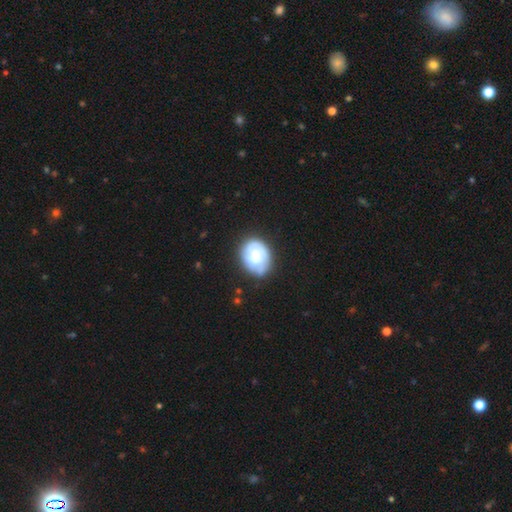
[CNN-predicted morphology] Overall: featured or disk (63%; smooth 31%). Edge-on disk: no (98%). Bar: no (59%; weak 35%). Spiral arms: yes (86%). Spiral arm count: 2 (41%; can't tell 30%). Spiral winding: tight (58%; medium 32%). Bulge size: small (45%; moderate 38%). Merging: none (70%).